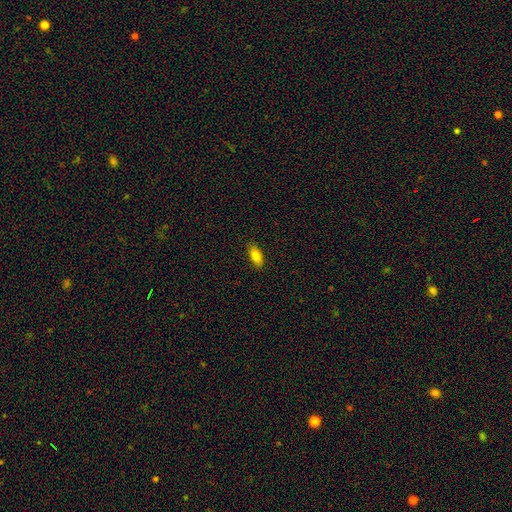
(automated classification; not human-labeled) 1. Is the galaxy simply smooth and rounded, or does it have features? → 84% smooth, 8% star or artifact, 8% featured or disk.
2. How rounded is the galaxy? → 88% in between, 9% cigar-shaped, 3% round.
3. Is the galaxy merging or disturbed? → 87% none, 10% minor disturbance, 2% major disturbance, 1% merger.